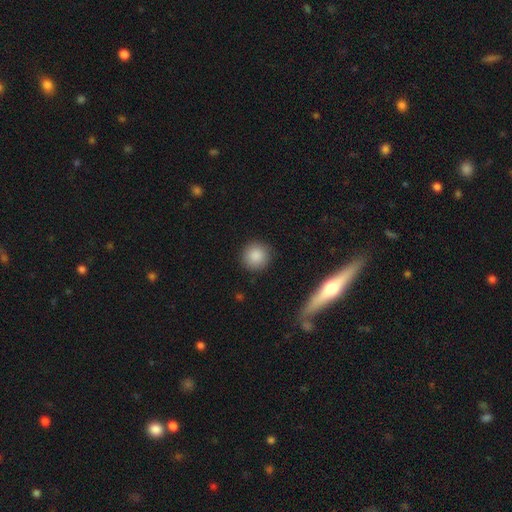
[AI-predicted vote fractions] Q: Smooth or featured?
A: smooth (87%); runner-up: star or artifact (9%)
Q: How rounded?
A: round (94%); runner-up: in between (5%)
Q: Merging?
A: none (90%); runner-up: minor disturbance (7%)